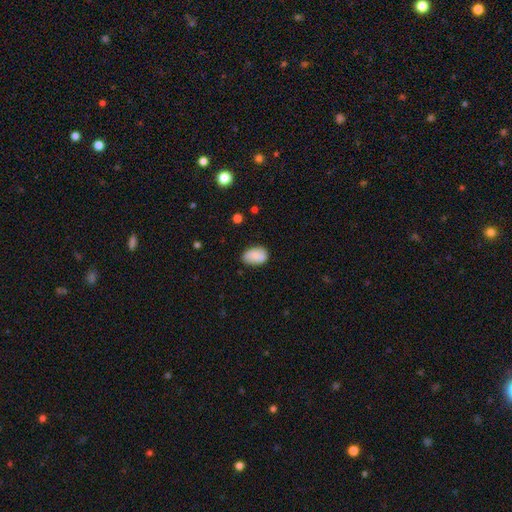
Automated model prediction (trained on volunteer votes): A smooth galaxy with no disk features (78%) that is in between round and cigar-shaped (87%). Merging: none (76%).